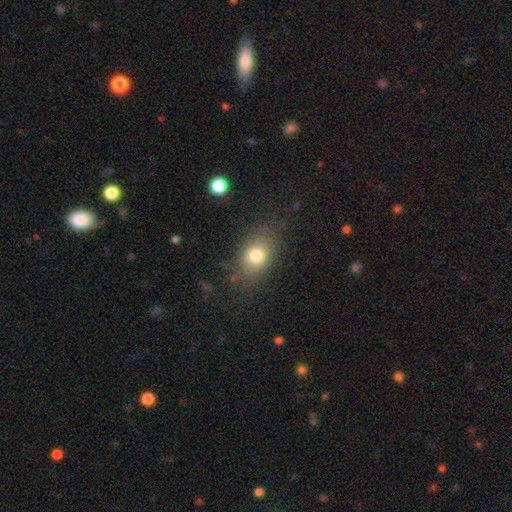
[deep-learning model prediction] A smooth galaxy with no disk features (77%) that is in between round and cigar-shaped (68%). Merging: none (75%).